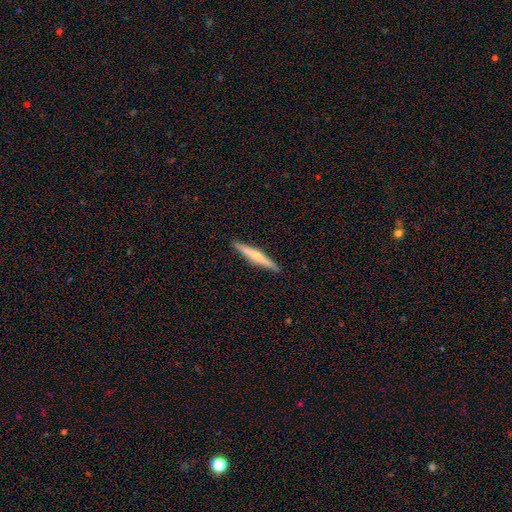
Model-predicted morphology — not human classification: type=featured or disk (48%); merging=none (91%).